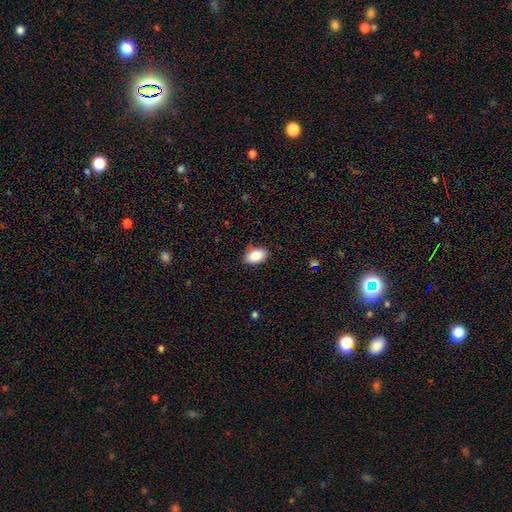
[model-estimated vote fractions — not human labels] A smooth galaxy with no disk features (86%) that is in between round and cigar-shaped (90%). Merging: none (85%).